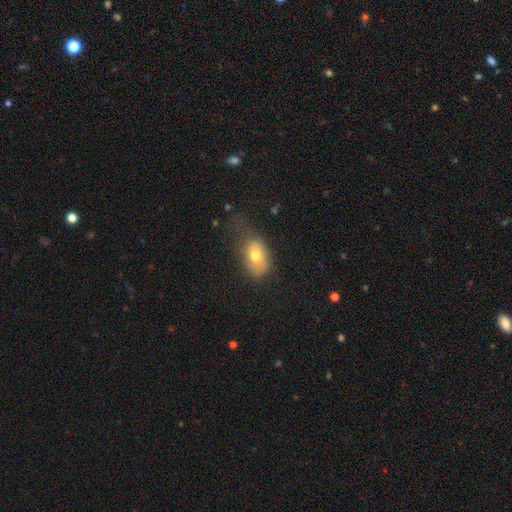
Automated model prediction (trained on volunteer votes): Q: Smooth or featured?
A: smooth (70%); runner-up: featured or disk (21%)
Q: How rounded?
A: in between (84%); runner-up: round (14%)
Q: Merging?
A: none (40%); runner-up: minor disturbance (35%)